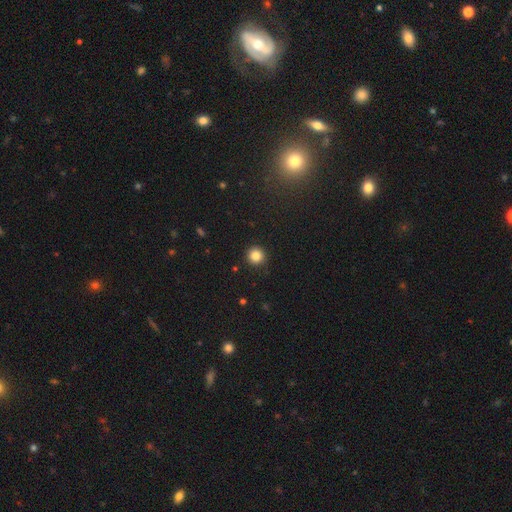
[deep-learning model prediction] A smooth galaxy with no disk features (84%) that is round (95%). Merging: none (92%).